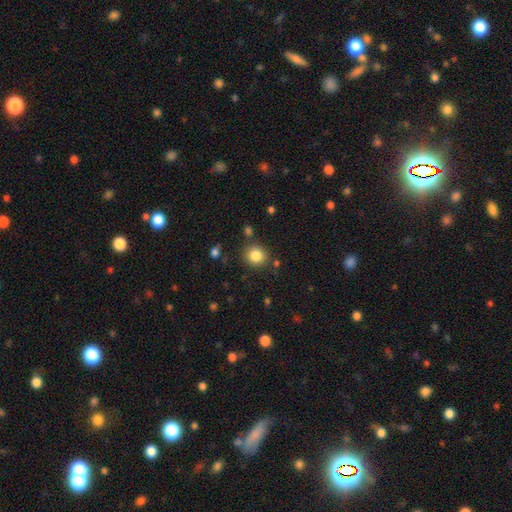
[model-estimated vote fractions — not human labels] Smooth or featured: smooth — 84% (star or artifact — 11%)
How rounded: round — 84% (in between — 15%)
Merging: none — 84% (minor disturbance — 9%)